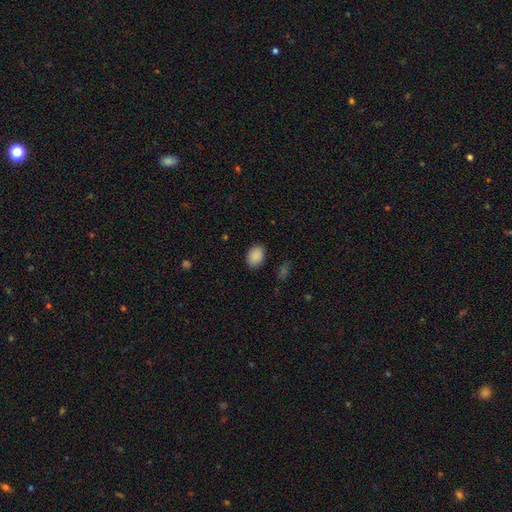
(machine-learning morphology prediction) The model was most divided on "how rounded": in between: 77%, round: 22%, cigar-shaped: 1%. More confident: smooth or featured — smooth (89%); merging — none (85%).